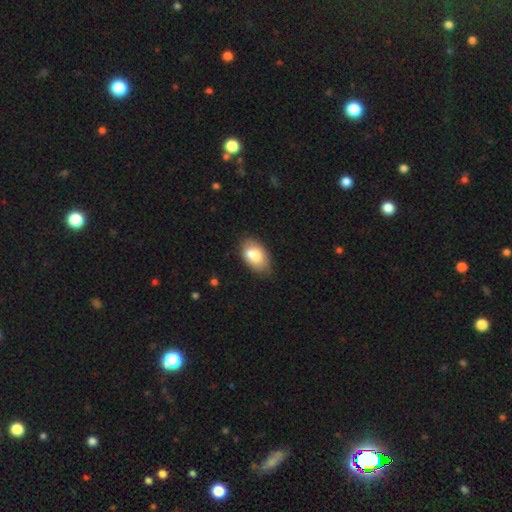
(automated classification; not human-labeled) Smooth or featured?
  - smooth: 78% *
  - featured or disk: 15%
  - star or artifact: 7%
How rounded?
  - in between: 92% *
  - round: 7%
  - cigar-shaped: 2%
Merging?
  - none: 63% *
  - minor disturbance: 22%
  - merger: 11%
  - major disturbance: 5%